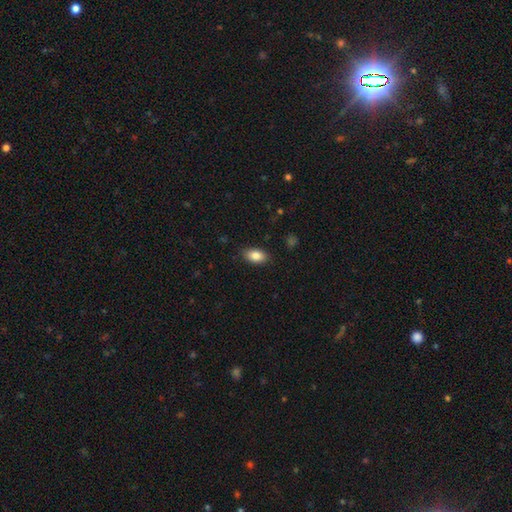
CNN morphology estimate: smooth 85%, featured or disk 7%, star or artifact 7%. Down the decision tree: how rounded — in between (92%); merging — none (87%).